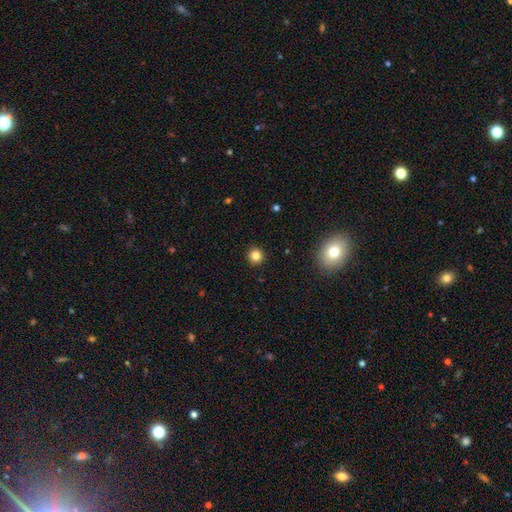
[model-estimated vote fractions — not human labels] Q: Smooth or featured?
A: smooth (82%); runner-up: star or artifact (12%)
Q: How rounded?
A: round (94%); runner-up: in between (5%)
Q: Merging?
A: none (92%); runner-up: minor disturbance (5%)